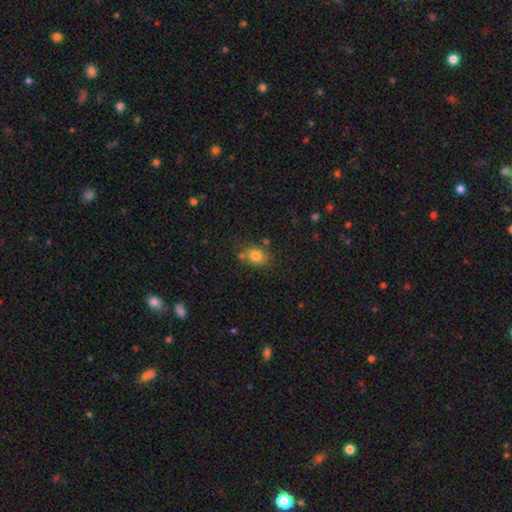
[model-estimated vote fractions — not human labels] smooth_or_featured: smooth (p=0.81) [alt: star or artifact p=0.11]
how_rounded: in between (p=0.51) [alt: round p=0.48]
merging: none (p=0.68) [alt: minor disturbance p=0.17]